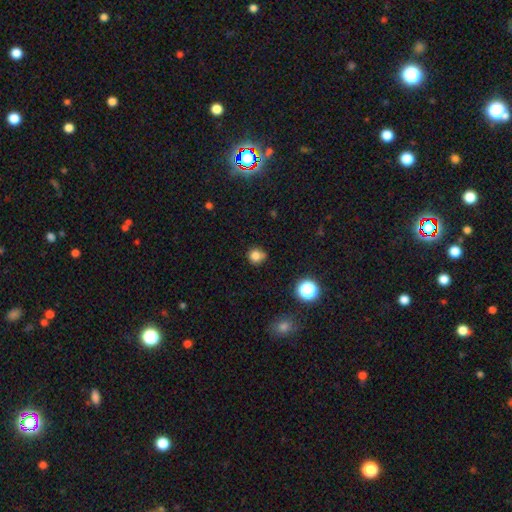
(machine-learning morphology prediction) type=smooth (79%); roundness=round (86%); merging=none (66%).